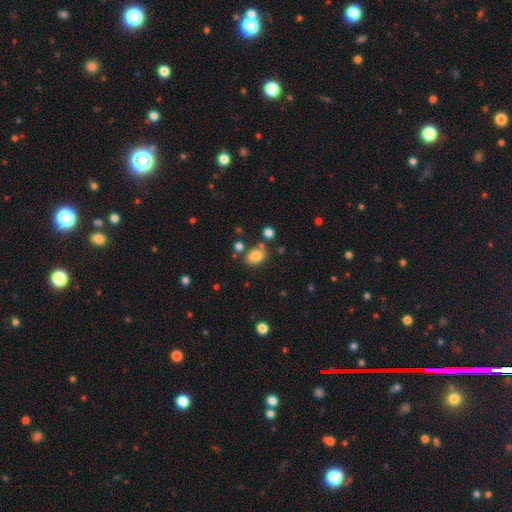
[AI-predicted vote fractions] smooth 83%, star or artifact 10%, featured or disk 7%. Down the decision tree: how rounded — in between (74%); merging — none (74%).